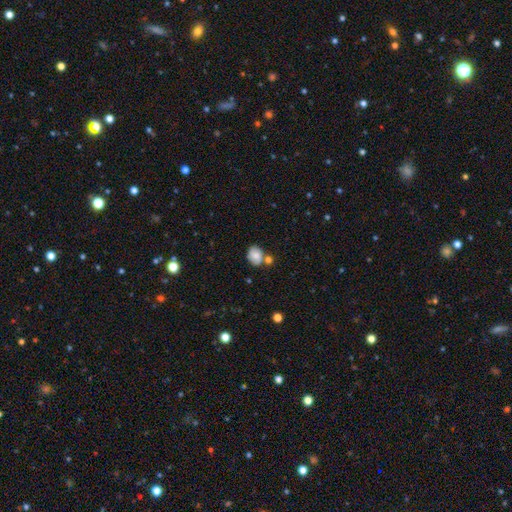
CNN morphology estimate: The model was most divided on "how rounded": in between: 58%, round: 41%, cigar-shaped: 1%. More confident: smooth or featured — smooth (78%); merging — none (53%).